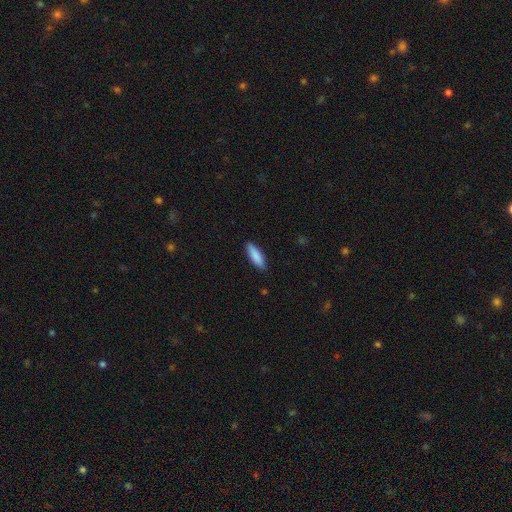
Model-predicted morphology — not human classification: This appears to be a smooth galaxy with no disk features (88%) that is cigar-shaped (51%). Merging: none (88%).